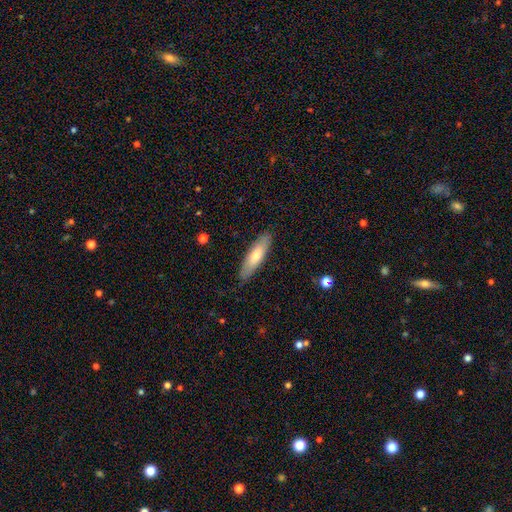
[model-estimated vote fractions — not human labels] smooth-or-featured: smooth: 65% | featured or disk: 29% | star or artifact: 6%
  how-rounded: cigar-shaped: 64% | in between: 34% | round: 2%
  merging: none: 87% | minor disturbance: 10% | major disturbance: 2% | merger: 1%